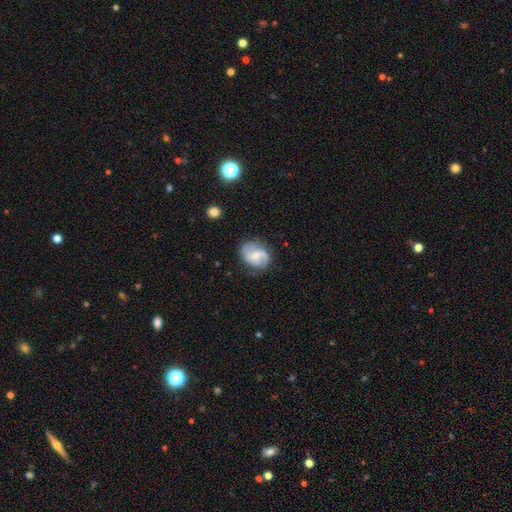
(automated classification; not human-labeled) Smooth or featured: featured or disk — 80% (smooth — 14%)
Edge-on disk: no — 98% (yes — 2%)
Bar: no — 47% (weak — 44%)
Spiral arms: yes — 95% (no — 5%)
Spiral winding: medium — 50% (loose — 26%)
Spiral arm count: 2 — 86% (can't tell — 6%)
Bulge size: moderate — 50% (small — 44%)
Merging: none — 73% (minor disturbance — 19%)